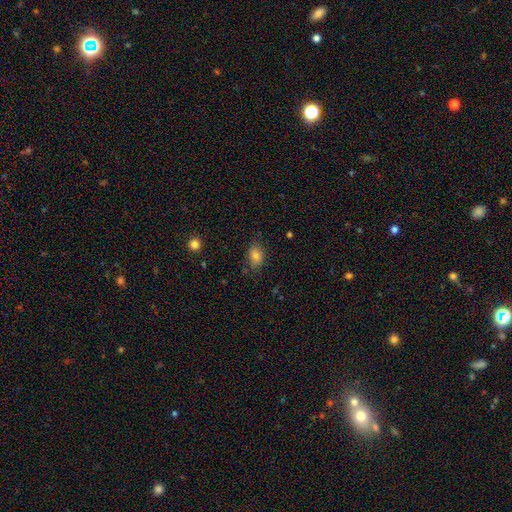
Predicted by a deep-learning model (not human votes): Morphology: type=smooth (79%); roundness=in between (79%); merging=none (78%).